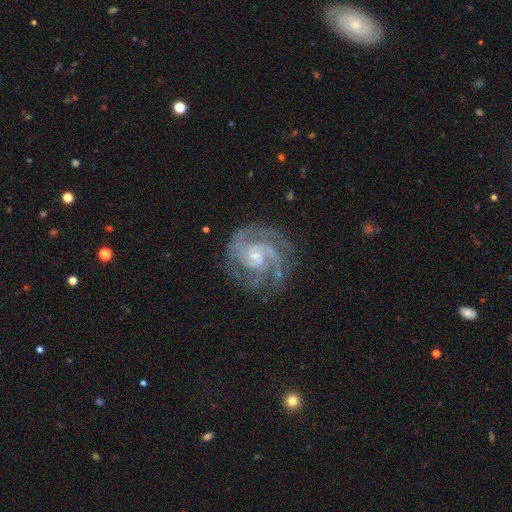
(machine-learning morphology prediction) smooth-or-featured: featured or disk: 91% | star or artifact: 5% | smooth: 4%
  disk-edge-on: no: 98% | yes: 2%
    bar: no: 53% | weak: 38% | strong: 9%
    has-spiral-arms: yes: 98% | no: 2%
      spiral-winding: tight: 60% | medium: 36% | loose: 4%
      spiral-arm-count: 3: 35% (tied) | 2: 35% (tied) | can't tell: 11% | 4: 9% | more than 4: 5% | 1: 5%
    bulge-size: small: 65% | moderate: 26% | none: 6% | large: 2% | dominant: 1%
  merging: none: 77% | minor disturbance: 15% | major disturbance: 6% | merger: 1%